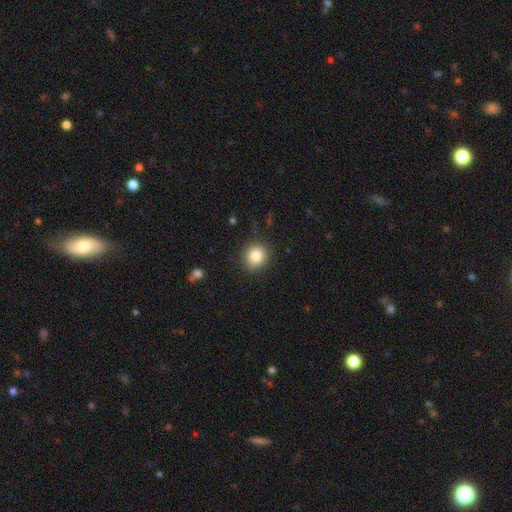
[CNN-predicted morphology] A smooth galaxy with no disk features (85%) that is round (86%).

Vote fractions:
- Smooth or featured? smooth: 85% / star or artifact: 10% / featured or disk: 6%
- How rounded? round: 86% / in between: 14% / cigar-shaped: 1%
- Merging? none: 88% / minor disturbance: 8% / major disturbance: 3% / merger: 1%